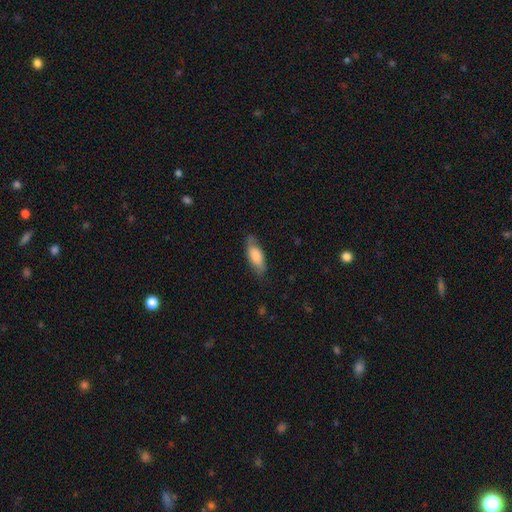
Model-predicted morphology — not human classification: Smooth or featured? Predicted: smooth (p=0.73). How rounded? Predicted: in between (p=0.72). Merging? Predicted: none (p=0.68).